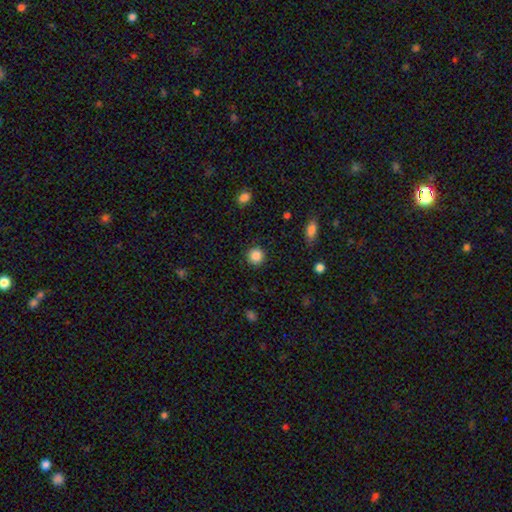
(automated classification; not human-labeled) smooth-or-featured: smooth: 86% | star or artifact: 10% | featured or disk: 4%
  how-rounded: round: 94% | in between: 5% | cigar-shaped: 1%
  merging: none: 91% | minor disturbance: 6% | major disturbance: 2% | merger: 1%